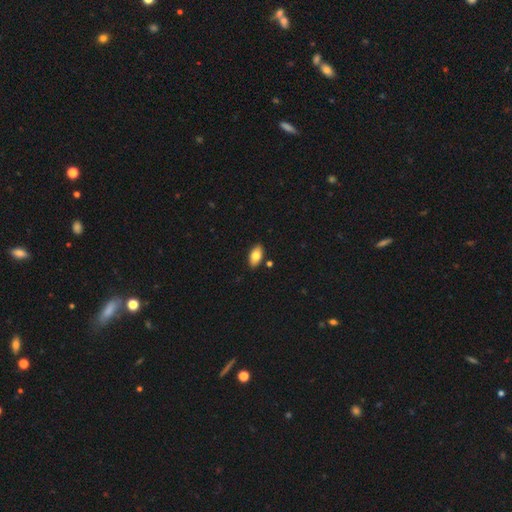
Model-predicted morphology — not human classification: This is likely a smooth galaxy (79%). How rounded: clearly in between (93%). Merging: clearly none (86%).